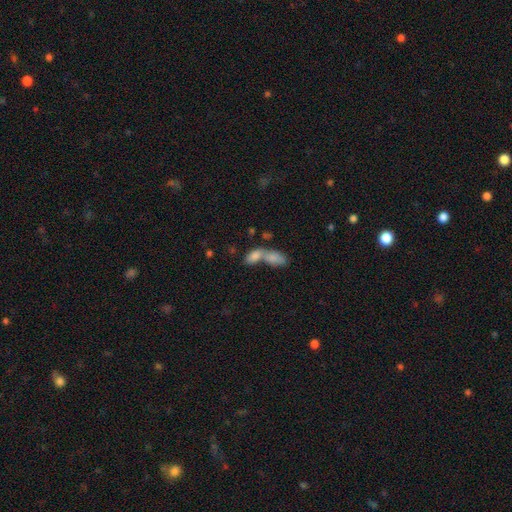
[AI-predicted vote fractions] smooth-or-featured: smooth: 79% | featured or disk: 12% | star or artifact: 9%
  how-rounded: in between: 88% | cigar-shaped: 7% | round: 5%
  merging: merger: 68% | none: 22% | minor disturbance: 6% | major disturbance: 4%